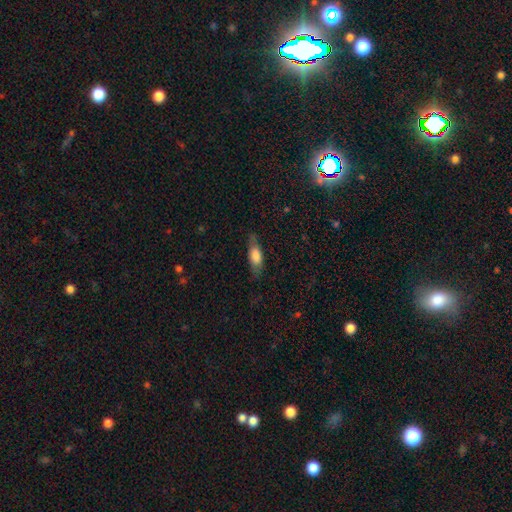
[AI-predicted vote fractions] This appears to be a smooth galaxy with no disk features (67%) that is in between round and cigar-shaped (65%). Merging: none (71%).